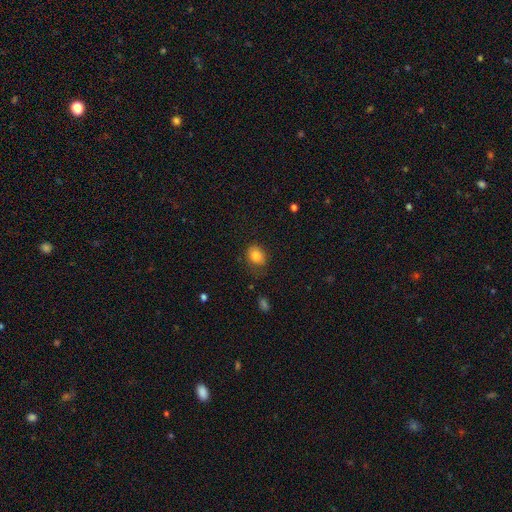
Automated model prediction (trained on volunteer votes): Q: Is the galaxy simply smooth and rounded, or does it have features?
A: smooth — 83%.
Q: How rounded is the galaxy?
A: in between — 56%.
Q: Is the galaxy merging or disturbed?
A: none — 74%.